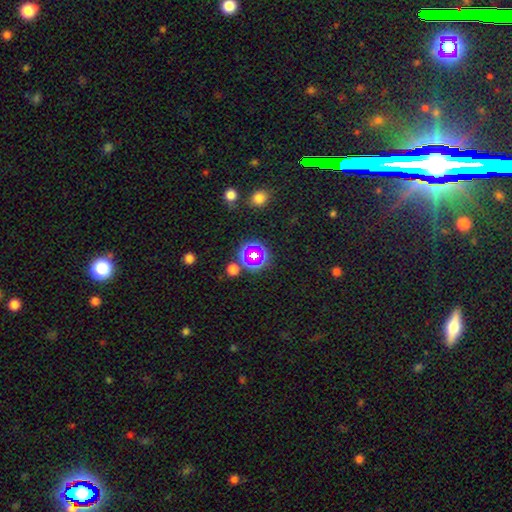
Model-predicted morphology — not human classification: type=smooth (43%); merging=none (76%).